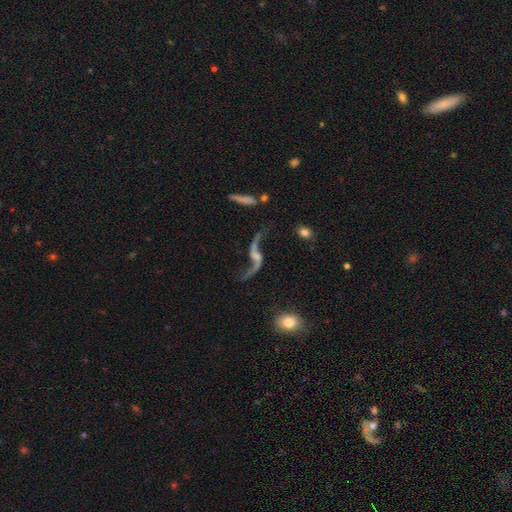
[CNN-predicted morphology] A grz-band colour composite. It shows a featured or disk galaxy (88%) with no bar (52%), 2 (94%) loose (95%) spiral arms (95%) and a small central bulge (45%). Merging: none (65%).